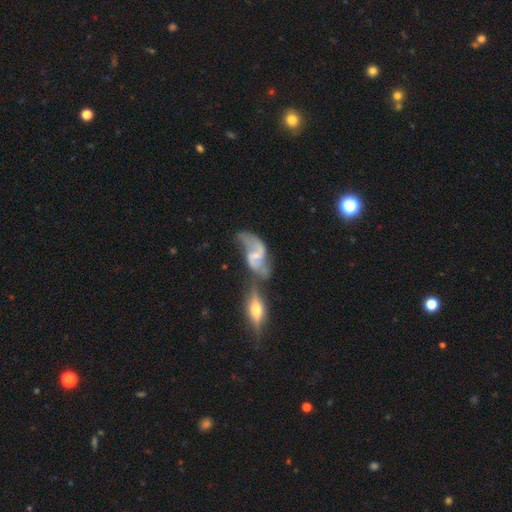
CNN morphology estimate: A featured or disk galaxy (78%) with a weak bar (47%), 2 (85%) loose (74%) spiral arms (85%) and a small central bulge (56%). Merging: merger (50%).